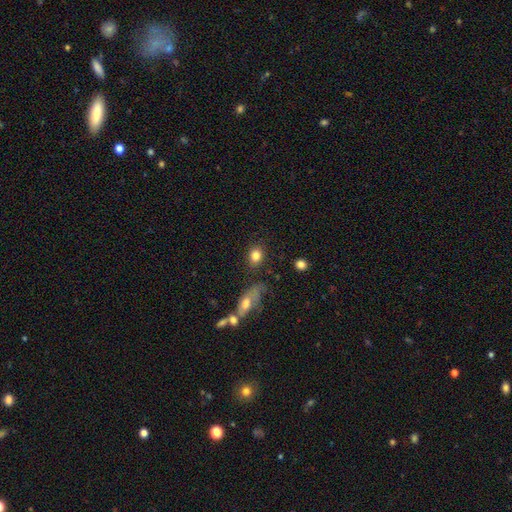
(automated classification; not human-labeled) A smooth galaxy with no disk features (83%) that is round (55%).

Vote fractions:
- Smooth or featured? smooth: 83% / star or artifact: 9% / featured or disk: 8%
- How rounded? round: 55% / in between: 43% / cigar-shaped: 2%
- Merging? none: 79% / minor disturbance: 11% / merger: 5% / major disturbance: 4%